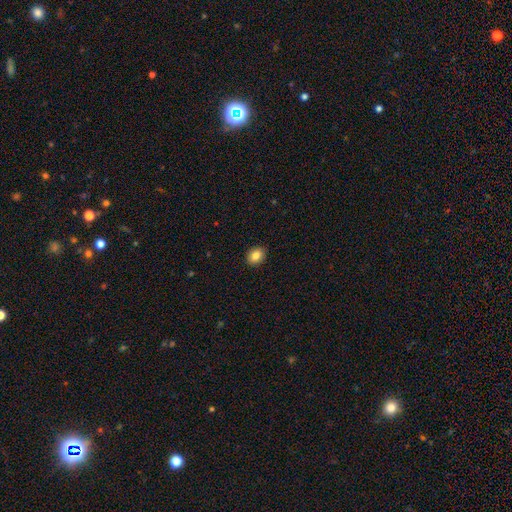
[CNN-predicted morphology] smooth-or-featured: smooth: 85% | star or artifact: 9% | featured or disk: 6%
  how-rounded: in between: 56% | round: 43% | cigar-shaped: 1%
  merging: none: 90% | minor disturbance: 7% | major disturbance: 2% | merger: 1%